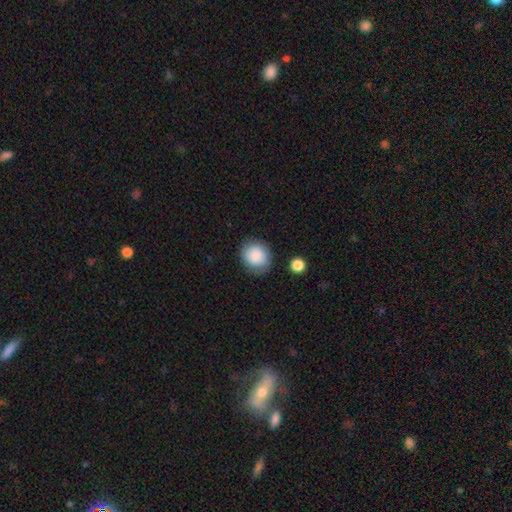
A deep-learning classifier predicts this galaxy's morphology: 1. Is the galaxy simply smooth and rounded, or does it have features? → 86% smooth, 7% star or artifact, 6% featured or disk.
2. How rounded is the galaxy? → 76% round, 23% in between, 1% cigar-shaped.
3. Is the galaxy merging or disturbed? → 78% none, 15% minor disturbance, 4% major disturbance, 3% merger.